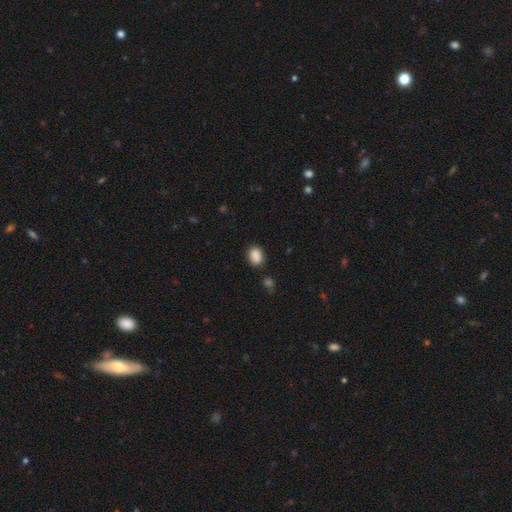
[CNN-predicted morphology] Overall: smooth (88%). How rounded: in between (73%). Merging: none (80%).